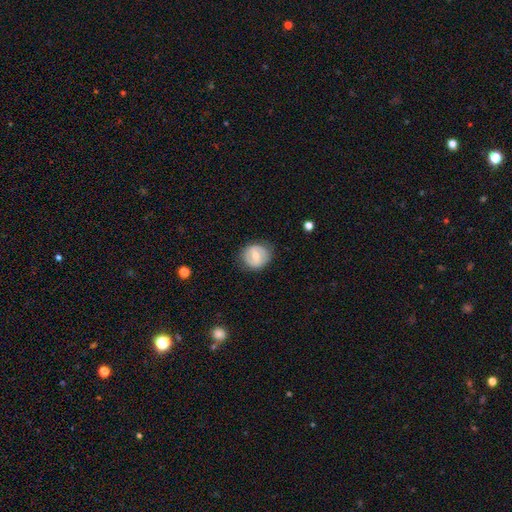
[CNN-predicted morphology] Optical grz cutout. It shows a smooth galaxy with no disk features (48%). Merging: none (80%).